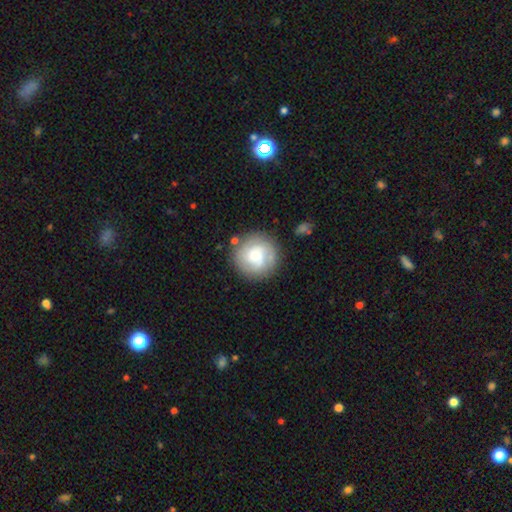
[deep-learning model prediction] A featured or disk galaxy (55%) with no bar (64%), spiral arms (86%) and a moderate central bulge (40%).

Vote fractions:
- Smooth or featured? featured or disk: 55% / smooth: 38% / star or artifact: 7%
- Edge-on disk? no: 98% / yes: 2%
- Bar? no: 64% / weak: 30% / strong: 6%
- Spiral arms? yes: 86% / no: 14%
- Bulge size? moderate: 40% / large: 27% / small: 23% / none: 6% / dominant: 4%
- Merging? none: 77% / minor disturbance: 13% / major disturbance: 6% / merger: 4%